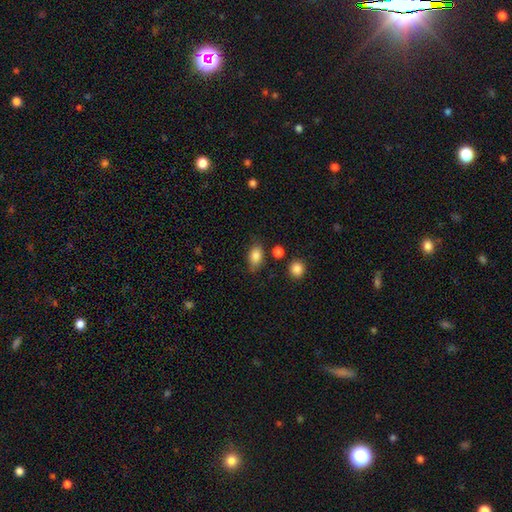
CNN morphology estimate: The model was most divided on "merging": none: 72%, minor disturbance: 18%, major disturbance: 5%, merger: 4%. More confident: how rounded — in between (86%); smooth or featured — smooth (85%).